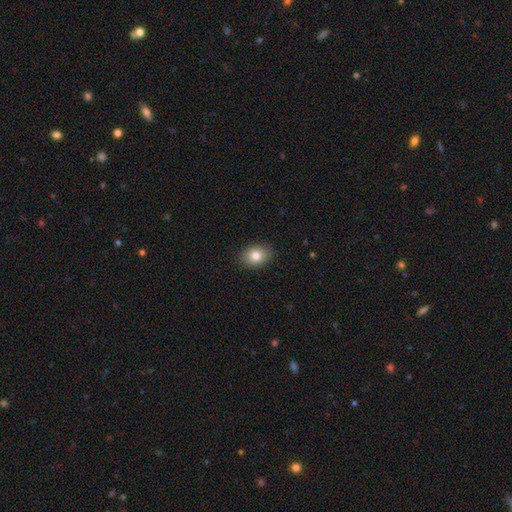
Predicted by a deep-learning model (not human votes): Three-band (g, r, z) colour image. It shows a smooth galaxy with no disk features (82%) that is in between round and cigar-shaped (70%). Merging: none (88%).